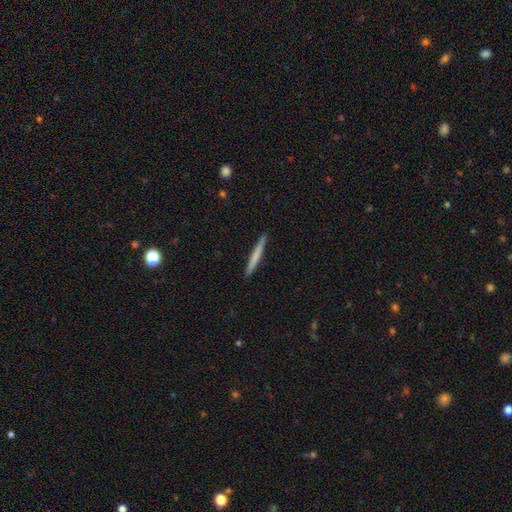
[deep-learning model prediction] A smooth galaxy with no disk features (66%) that is cigar-shaped (97%).

Vote fractions:
- Smooth or featured? smooth: 66% / featured or disk: 29% / star or artifact: 5%
- How rounded? cigar-shaped: 97% / in between: 2% / round: 1%
- Merging? none: 92% / minor disturbance: 6% / major disturbance: 1% / merger: 1%